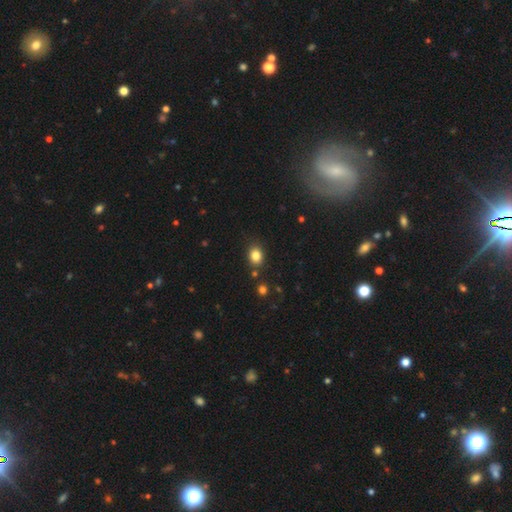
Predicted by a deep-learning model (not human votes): Smooth or featured?
  - smooth: 84% *
  - star or artifact: 11%
  - featured or disk: 5%
How rounded?
  - in between: 54% *
  - round: 45%
  - cigar-shaped: 1%
Merging?
  - none: 81% *
  - minor disturbance: 11%
  - merger: 5%
  - major disturbance: 3%